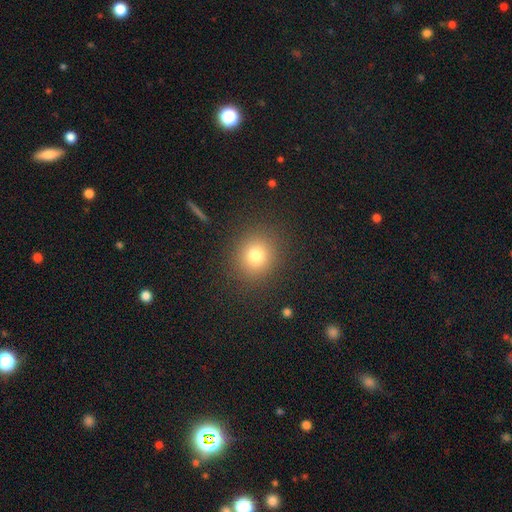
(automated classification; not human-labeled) Smooth or featured?
  - smooth: 77% *
  - star or artifact: 14%
  - featured or disk: 8%
How rounded?
  - round: 84% *
  - in between: 15%
  - cigar-shaped: 1%
Merging?
  - none: 88% *
  - minor disturbance: 7%
  - major disturbance: 3%
  - merger: 1%